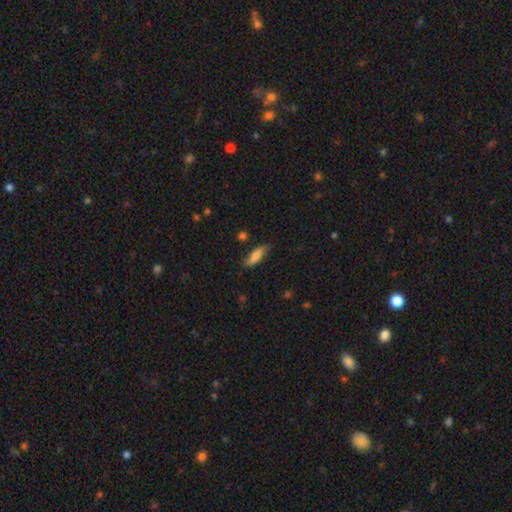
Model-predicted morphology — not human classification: This is likely a smooth galaxy (76%). How rounded: possibly in between (55%). Merging: likely none (76%).